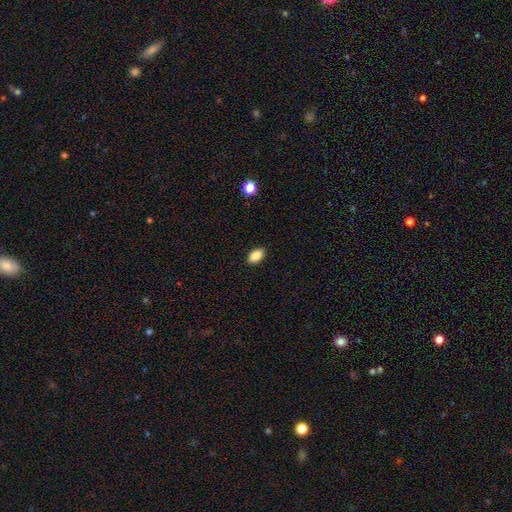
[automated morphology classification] Smooth or featured? Predicted: smooth (p=0.88). How rounded? Predicted: in between (p=0.92). Merging? Predicted: none (p=0.90).